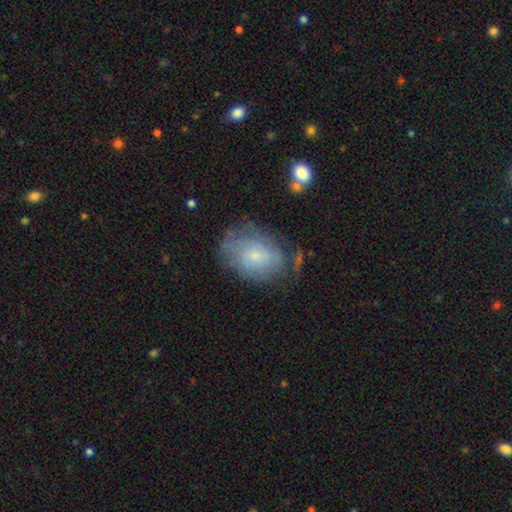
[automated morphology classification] Smooth or featured? smooth (54%)
How rounded? in between (74%)
Merging? none (54%)